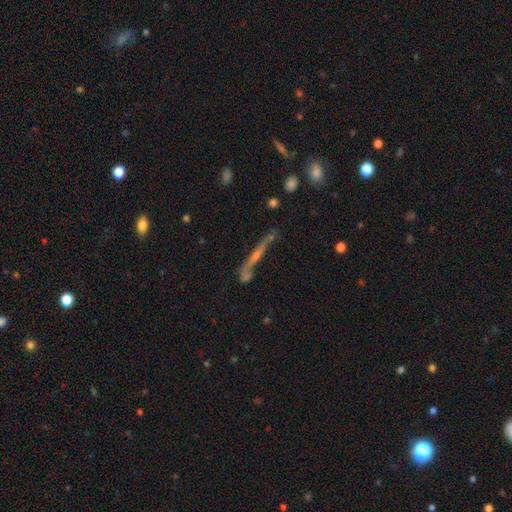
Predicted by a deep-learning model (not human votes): Smooth or featured: featured or disk — 67% (smooth — 20%)
Edge-on disk: yes — 85% (no — 15%)
Edge-on bulge: rounded — 61% (none — 30%)
Merging: none — 55% (minor disturbance — 19%)